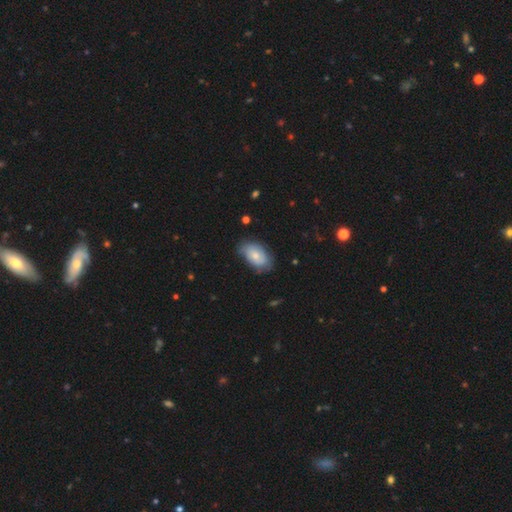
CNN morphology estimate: This appears to be a smooth galaxy with no disk features (64%) that is in between round and cigar-shaped (92%). Merging: none (67%).